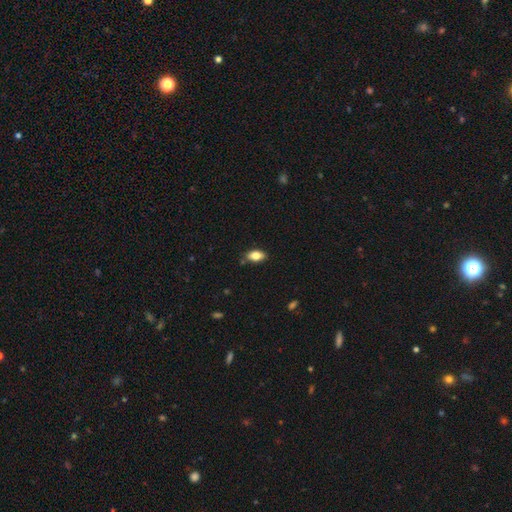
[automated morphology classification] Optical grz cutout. It shows a smooth galaxy with no disk features (80%) that is in between round and cigar-shaped (90%). Merging: none (81%).